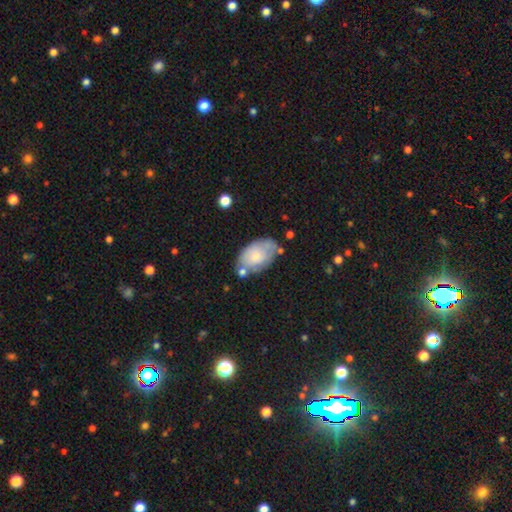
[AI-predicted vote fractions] Smooth or featured? smooth (68%)
How rounded? in between (92%)
Merging? none (59%)